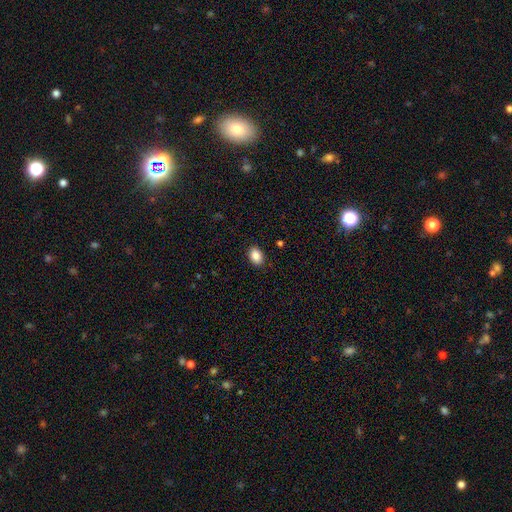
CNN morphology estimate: Smooth or featured: smooth — 88% (star or artifact — 8%)
How rounded: in between — 80% (round — 19%)
Merging: none — 89% (minor disturbance — 8%)